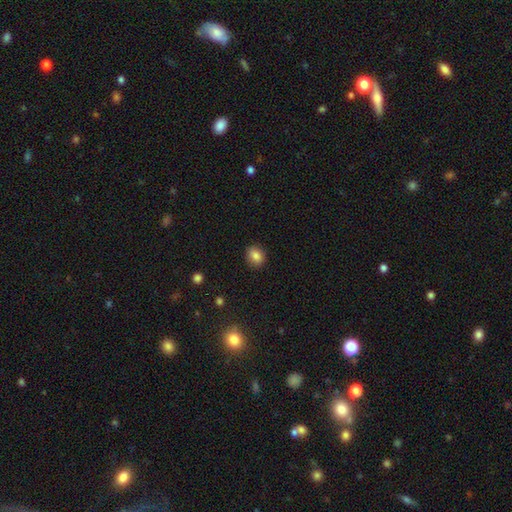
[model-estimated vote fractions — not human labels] Morphology: type=smooth (84%); roundness=round (56%); merging=none (88%).